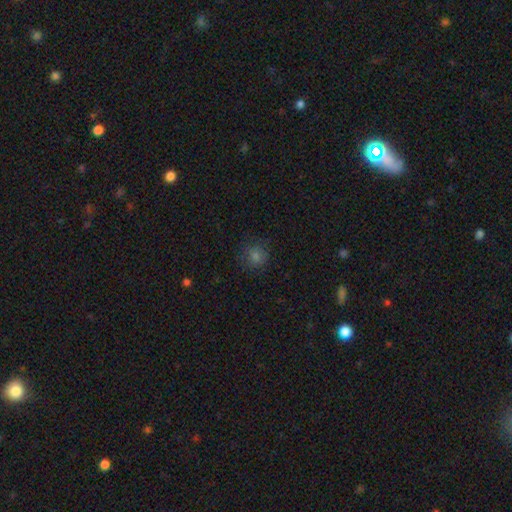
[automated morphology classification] The model was most divided on "smooth or featured": smooth: 73%, star or artifact: 19%, featured or disk: 8%. More confident: how rounded — round (89%); merging — none (85%).